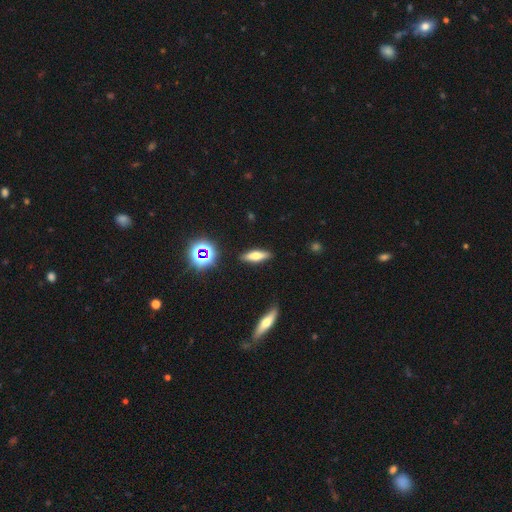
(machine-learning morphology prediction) Smooth or featured?
  - smooth: 54% *
  - featured or disk: 34%
  - star or artifact: 12%
How rounded?
  - cigar-shaped: 54% *
  - in between: 42%
  - round: 4%
Merging?
  - none: 87% *
  - minor disturbance: 9%
  - major disturbance: 2%
  - merger: 2%